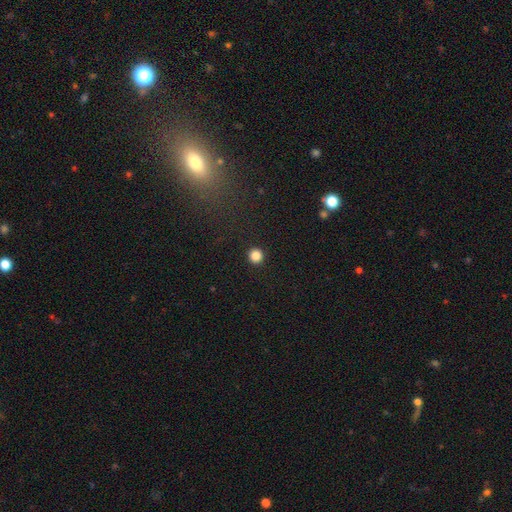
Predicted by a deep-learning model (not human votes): Overall: smooth (85%). How rounded: round (94%). Merging: none (93%).